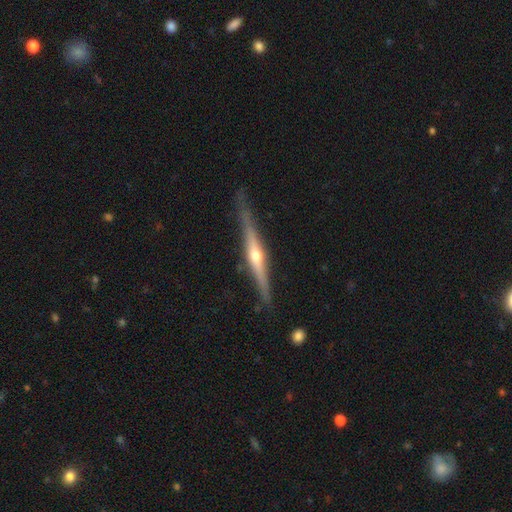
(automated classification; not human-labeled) The model was most divided on "smooth or featured": featured or disk: 78%, smooth: 17%, star or artifact: 5%. More confident: edge-on disk — yes (97%); edge-on bulge — rounded (89%); merging — none (81%).